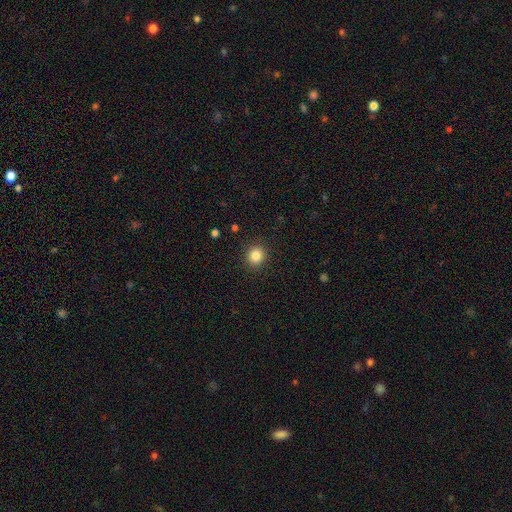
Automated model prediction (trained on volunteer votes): Smooth or featured: smooth — 84% (star or artifact — 11%)
How rounded: round — 86% (in between — 13%)
Merging: none — 91% (minor disturbance — 6%)